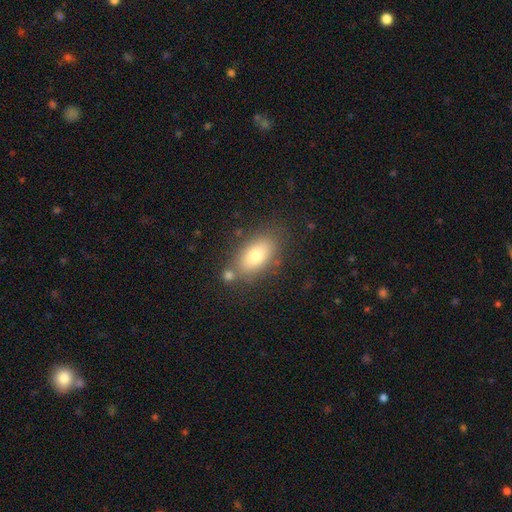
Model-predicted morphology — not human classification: This is likely a smooth galaxy (76%). How rounded: clearly in between (89%). Merging: likely none (73%).